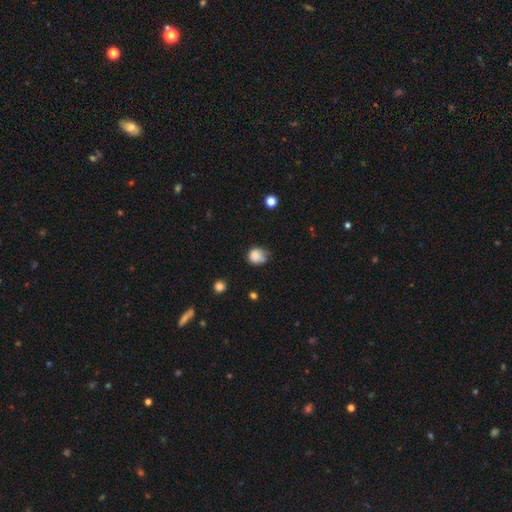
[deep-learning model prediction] Smooth or featured? smooth (83%)
How rounded? round (74%)
Merging? none (46%)